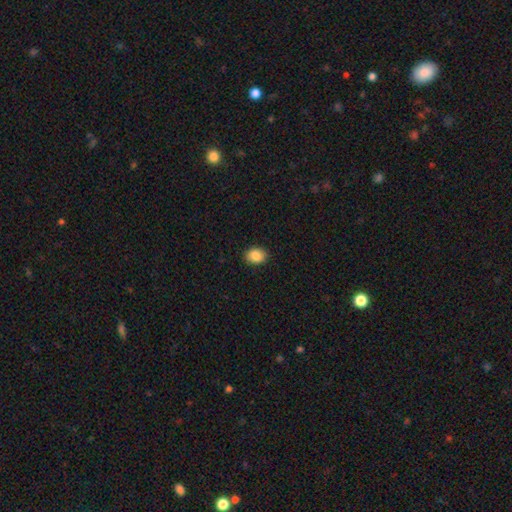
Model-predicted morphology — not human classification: A smooth galaxy with no disk features (86%) that is in between round and cigar-shaped (54%).

Vote fractions:
- Smooth or featured? smooth: 86% / star or artifact: 8% / featured or disk: 5%
- How rounded? in between: 54% / round: 45% / cigar-shaped: 1%
- Merging? none: 89% / minor disturbance: 8% / major disturbance: 2% / merger: 1%